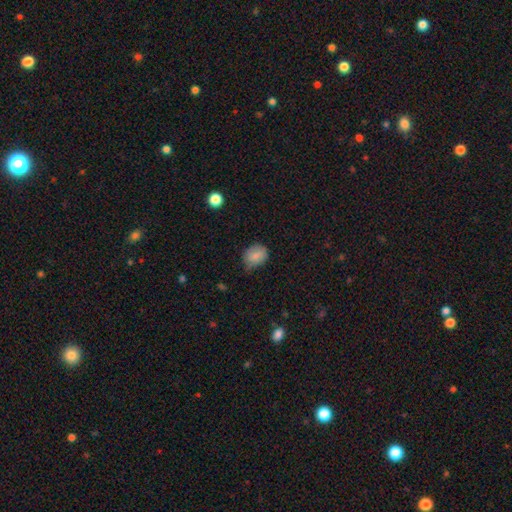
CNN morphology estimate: smooth 84%, star or artifact 8%, featured or disk 8%. Down the decision tree: how rounded — in between (51%); merging — none (57%).